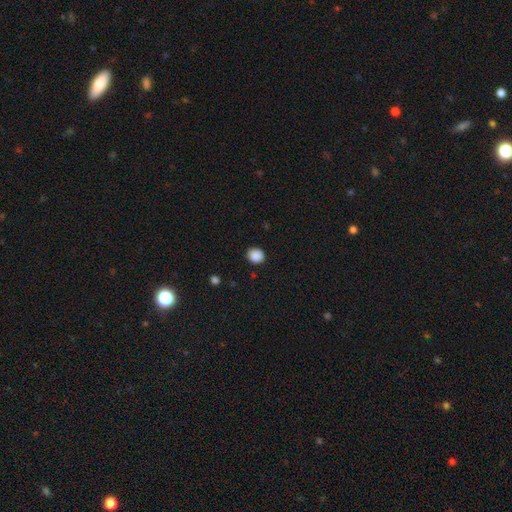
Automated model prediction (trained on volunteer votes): smooth 88%, star or artifact 9%, featured or disk 2%. Down the decision tree: how rounded — round (81%); merging — none (89%).